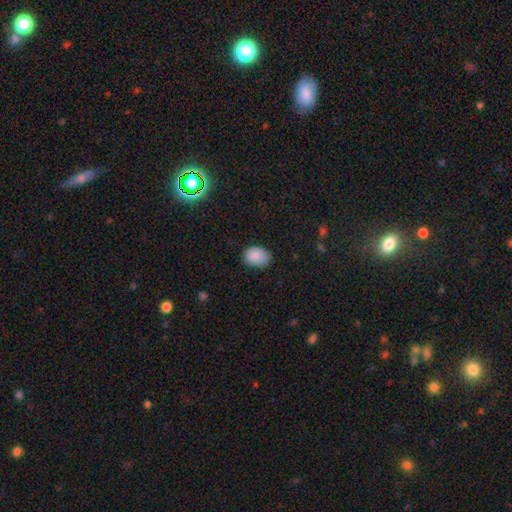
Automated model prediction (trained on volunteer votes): Smooth or featured: smooth — 88% (star or artifact — 8%)
How rounded: in between — 71% (round — 28%)
Merging: none — 74% (minor disturbance — 21%)